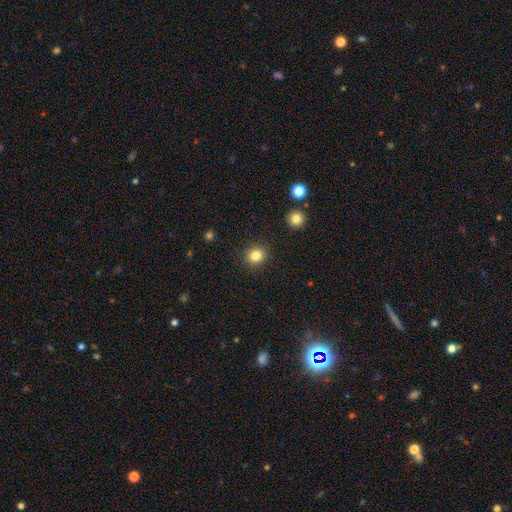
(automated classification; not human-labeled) Smooth or featured? smooth (83%)
How rounded? round (86%)
Merging? none (90%)